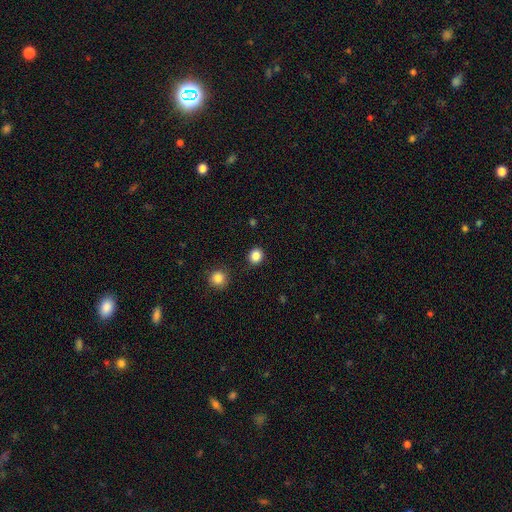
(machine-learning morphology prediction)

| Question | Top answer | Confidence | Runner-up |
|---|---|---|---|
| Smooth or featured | smooth | 85% | star or artifact (11%) |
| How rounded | round | 80% | in between (19%) |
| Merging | none | 89% | minor disturbance (7%) |